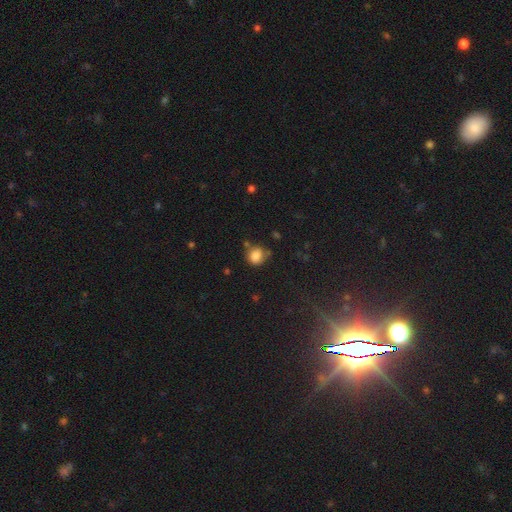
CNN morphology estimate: This appears to be a smooth galaxy with no disk features (84%) that is round (77%). Merging: none (68%).